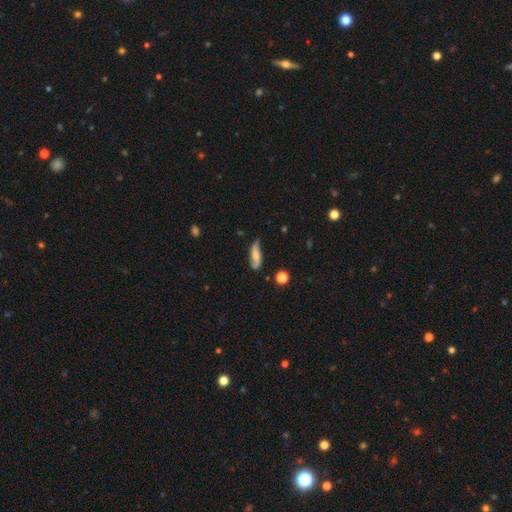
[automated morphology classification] Smooth or featured? Predicted: featured or disk (p=0.49). Merging? Predicted: none (p=0.60).